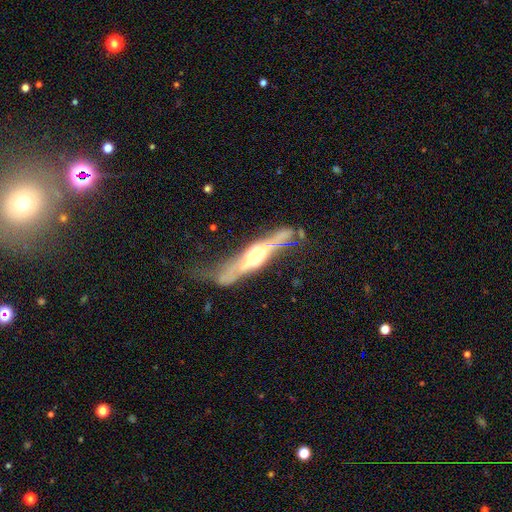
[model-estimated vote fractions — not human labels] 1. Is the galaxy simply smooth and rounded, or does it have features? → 78% featured or disk, 16% smooth, 6% star or artifact.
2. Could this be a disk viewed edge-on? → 81% yes, 19% no.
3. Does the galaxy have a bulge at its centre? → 71% rounded, 21% boxy, 8% none.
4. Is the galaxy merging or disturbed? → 45% none, 27% minor disturbance, 21% major disturbance, 7% merger.